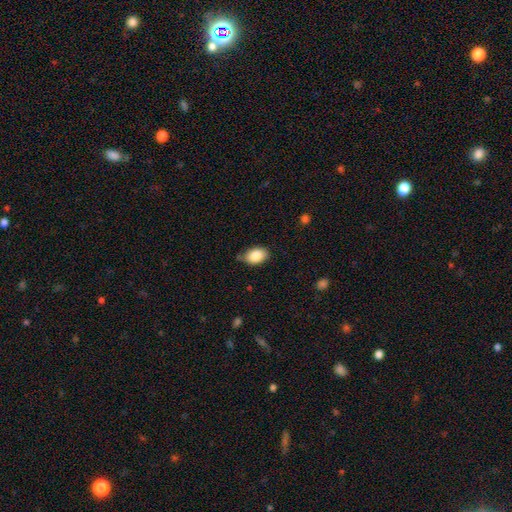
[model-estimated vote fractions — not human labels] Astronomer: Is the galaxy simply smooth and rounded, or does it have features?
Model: smooth — 86%.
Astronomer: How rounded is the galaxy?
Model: in between — 88%.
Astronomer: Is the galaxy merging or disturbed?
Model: none — 71%.